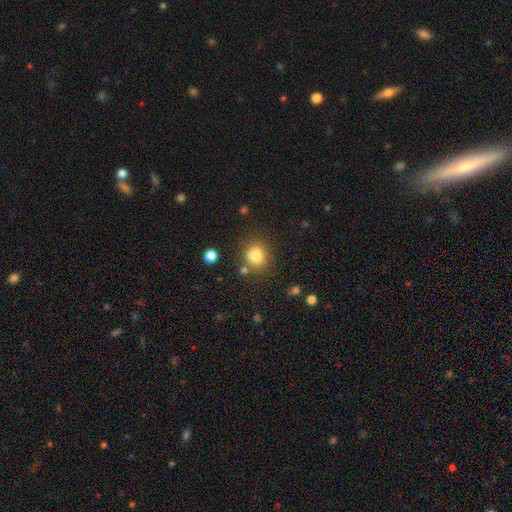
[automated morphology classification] Smooth or featured? smooth (77%)
How rounded? round (77%)
Merging? none (65%)